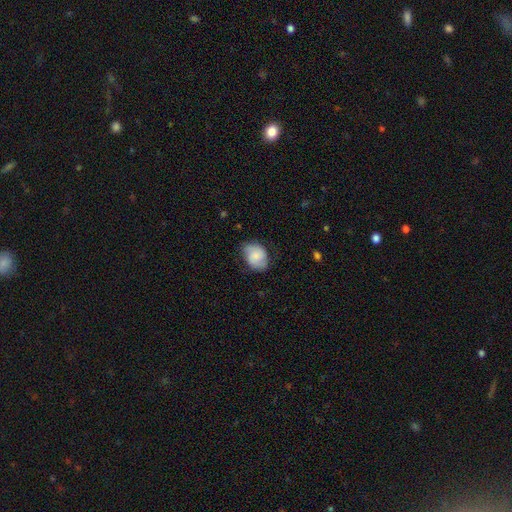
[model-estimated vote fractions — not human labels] Smooth or featured?
  - smooth: 64% *
  - featured or disk: 28%
  - star or artifact: 8%
How rounded?
  - in between: 61% *
  - round: 38%
  - cigar-shaped: 1%
Merging?
  - none: 64% *
  - minor disturbance: 27%
  - major disturbance: 7%
  - merger: 1%